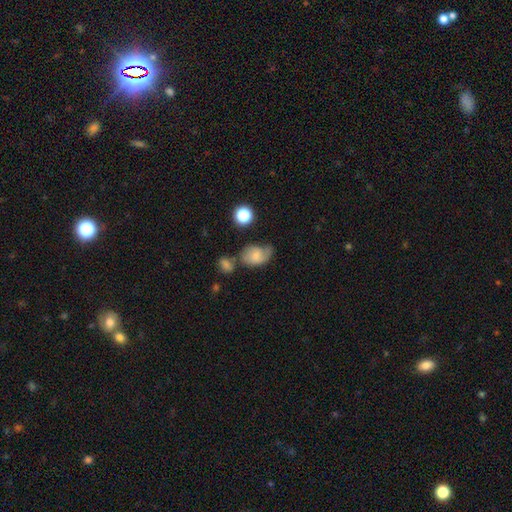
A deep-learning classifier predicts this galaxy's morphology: Q: Smooth or featured?
A: smooth (60%); runner-up: featured or disk (30%)
Q: How rounded?
A: in between (76%); runner-up: round (22%)
Q: Merging?
A: none (38%); runner-up: minor disturbance (32%)